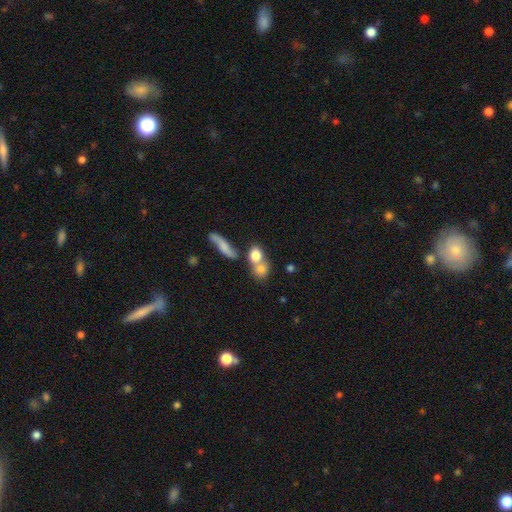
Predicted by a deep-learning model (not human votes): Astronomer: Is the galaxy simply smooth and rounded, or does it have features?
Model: smooth — 76%.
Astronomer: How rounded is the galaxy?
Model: round — 55% (runner-up: in between, 39%).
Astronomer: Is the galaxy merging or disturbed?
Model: merger — 52% (runner-up: none, 34%).